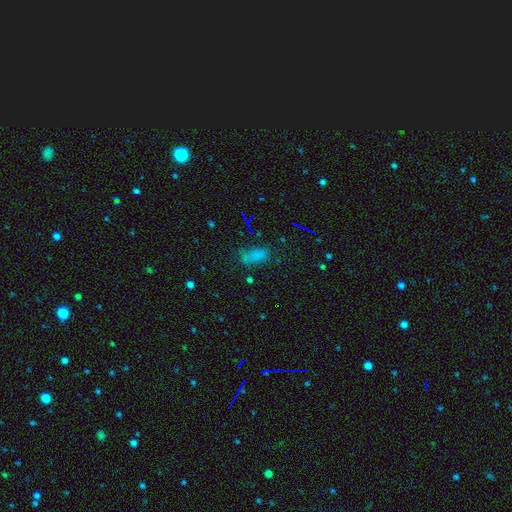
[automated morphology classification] Smooth or featured? Predicted: smooth (p=0.69). How rounded? Predicted: in between (p=0.81). Merging? Predicted: none (p=0.55).